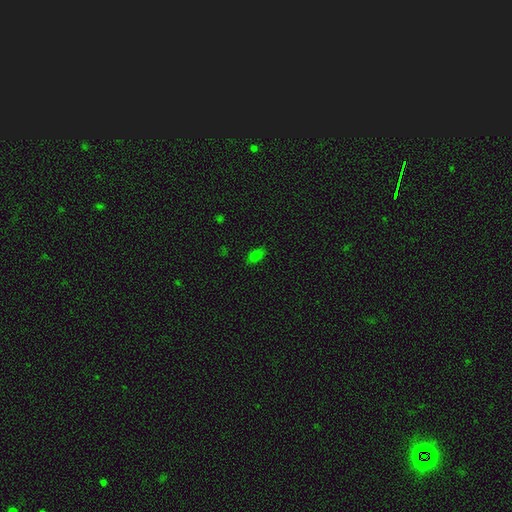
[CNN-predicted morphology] Q: Smooth or featured?
A: smooth (78%); runner-up: star or artifact (16%)
Q: How rounded?
A: in between (89%); runner-up: round (6%)
Q: Merging?
A: none (84%); runner-up: minor disturbance (12%)